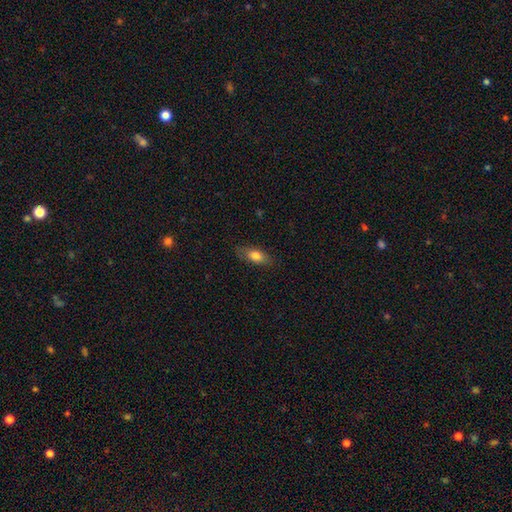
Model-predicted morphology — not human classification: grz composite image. It shows a smooth galaxy with no disk features (77%) that is in between round and cigar-shaped (80%). Merging: none (80%).